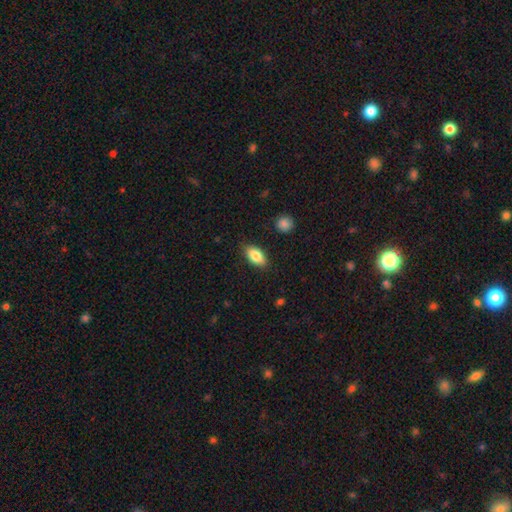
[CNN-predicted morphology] This is clearly a smooth galaxy (84%). How rounded: clearly in between (91%). Merging: clearly none (86%).